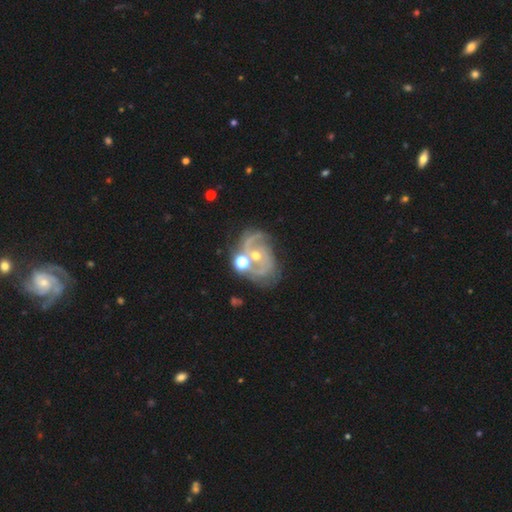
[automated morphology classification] Overall: featured or disk (80%). Edge-on disk: no (97%). Bar: no (62%; weak 29%). Spiral arms: yes (91%). Spiral arm count: 2 (72%). Spiral winding: medium (48%; tight 29%). Bulge size: moderate (51%; small 44%). Merging: none (52%; minor disturbance 18%).